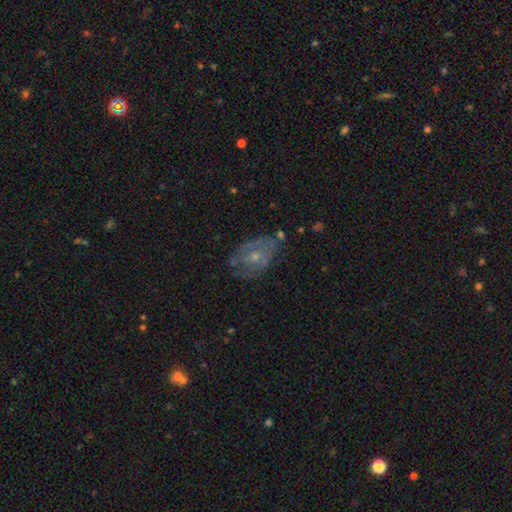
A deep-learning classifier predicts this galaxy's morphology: Smooth or featured? featured or disk (58%)
Edge-on disk? no (95%)
Bar? no (78%)
Spiral arms? no (51%)
Bulge size? small (51%)
Merging? none (55%)